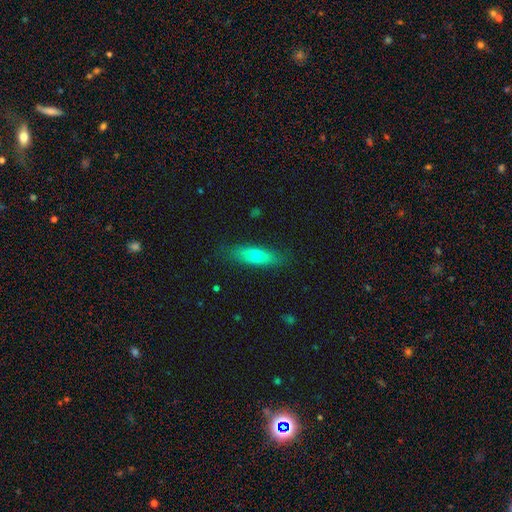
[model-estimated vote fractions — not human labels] Smooth or featured? smooth (65%)
How rounded? cigar-shaped (57%)
Merging? none (84%)